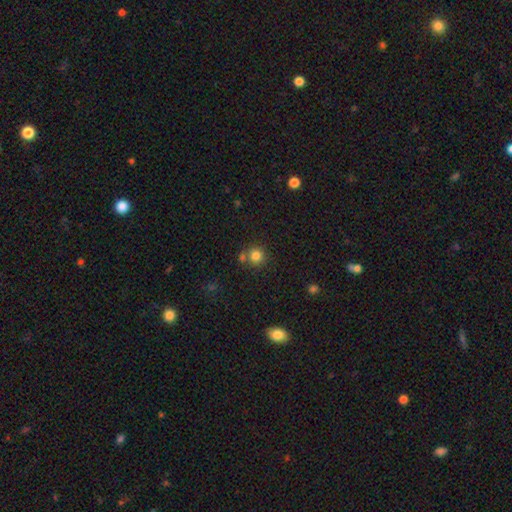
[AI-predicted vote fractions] Overall: smooth (82%). How rounded: round (92%). Merging: none (67%).